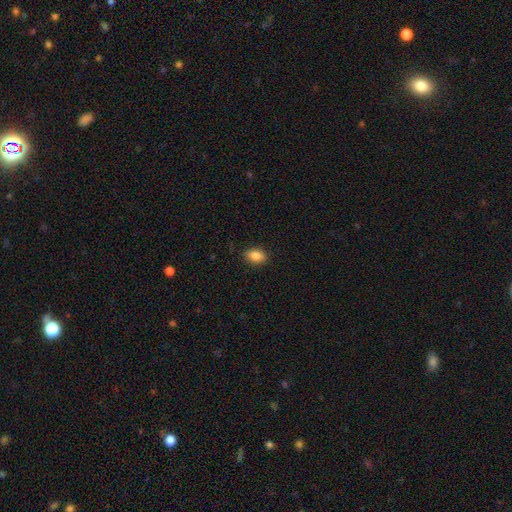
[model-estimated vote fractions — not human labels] Smooth or featured: smooth — 86% (star or artifact — 8%)
How rounded: in between — 82% (round — 17%)
Merging: none — 88% (minor disturbance — 9%)